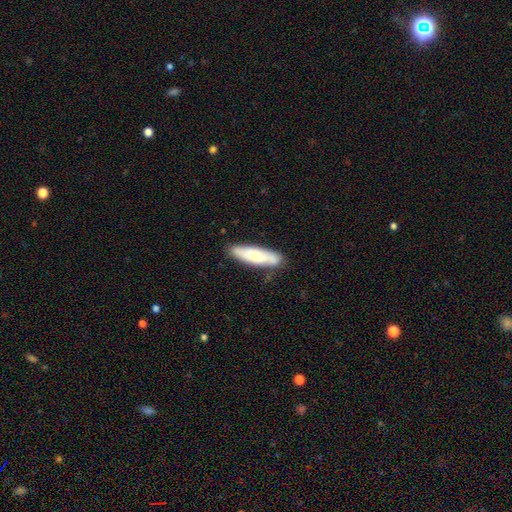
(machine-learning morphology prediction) type=smooth (63%); roundness=cigar-shaped (64%); merging=none (78%).